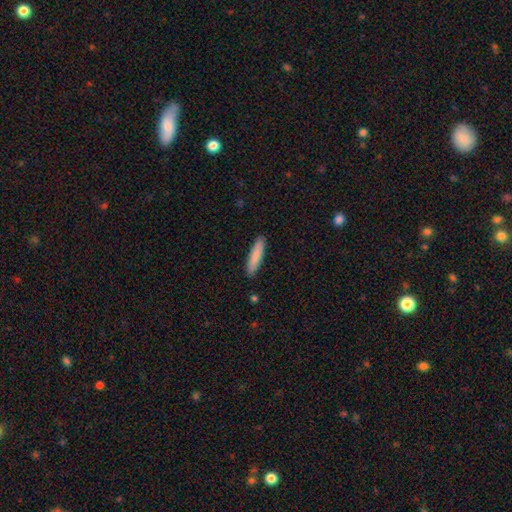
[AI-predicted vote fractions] smooth_or_featured: smooth (p=0.84) [alt: featured or disk p=0.10]
how_rounded: cigar-shaped (p=0.83) [alt: in between p=0.16]
merging: none (p=0.90) [alt: minor disturbance p=0.08]